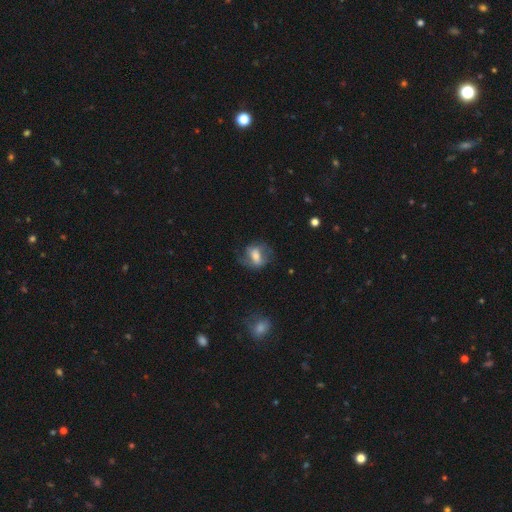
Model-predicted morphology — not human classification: Overall: smooth (50%; featured or disk 41%). How rounded: in between (67%; round 29%). Merging: none (57%; minor disturbance 24%).